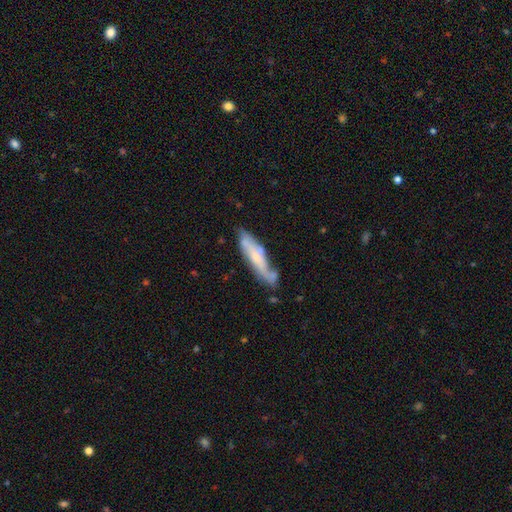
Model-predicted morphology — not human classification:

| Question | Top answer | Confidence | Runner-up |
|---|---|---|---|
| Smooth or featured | featured or disk | 57% | smooth (36%) |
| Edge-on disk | yes | 51% | no (49%) |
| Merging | none | 61% | minor disturbance (26%) |